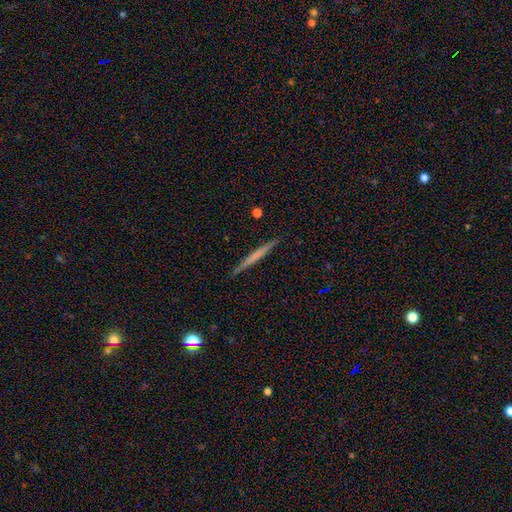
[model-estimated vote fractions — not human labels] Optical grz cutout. It shows a featured or disk galaxy (49%). Merging: none (90%).